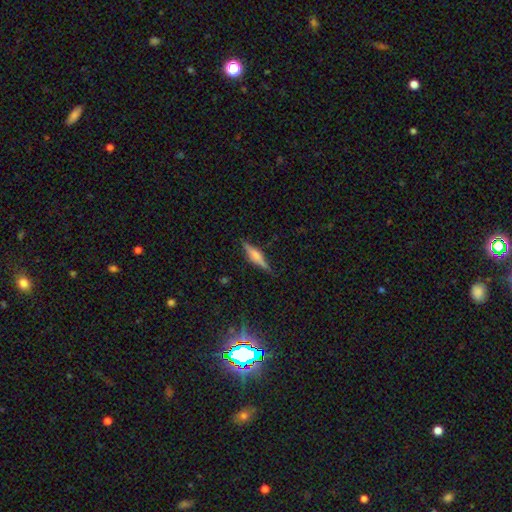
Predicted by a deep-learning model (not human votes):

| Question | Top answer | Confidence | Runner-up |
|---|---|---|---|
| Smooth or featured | featured or disk | 52% | smooth (40%) |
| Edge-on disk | yes | 95% | no (5%) |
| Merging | none | 83% | minor disturbance (12%) |